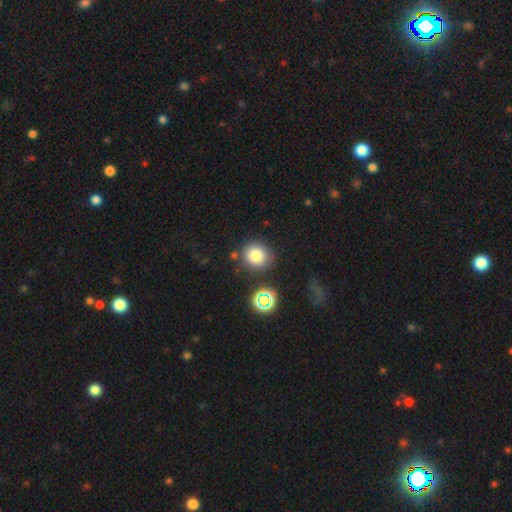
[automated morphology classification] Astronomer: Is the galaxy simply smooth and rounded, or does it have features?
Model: smooth — 79%.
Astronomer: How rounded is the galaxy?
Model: round — 89%.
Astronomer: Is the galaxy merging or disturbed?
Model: none — 80%.